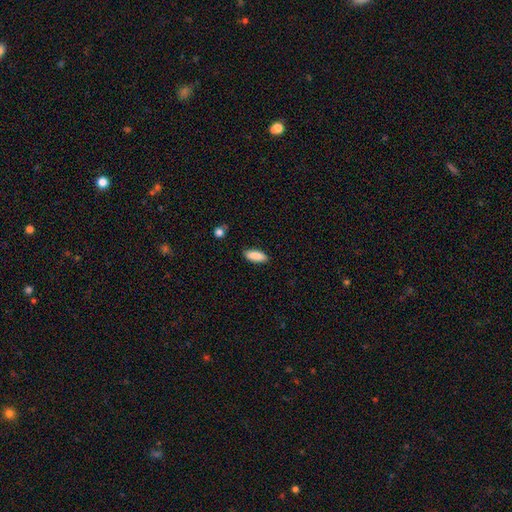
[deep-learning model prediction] Smooth or featured?
  - smooth: 88% *
  - star or artifact: 6%
  - featured or disk: 6%
How rounded?
  - in between: 73% *
  - cigar-shaped: 25%
  - round: 2%
Merging?
  - none: 86% *
  - minor disturbance: 10%
  - major disturbance: 2%
  - merger: 2%